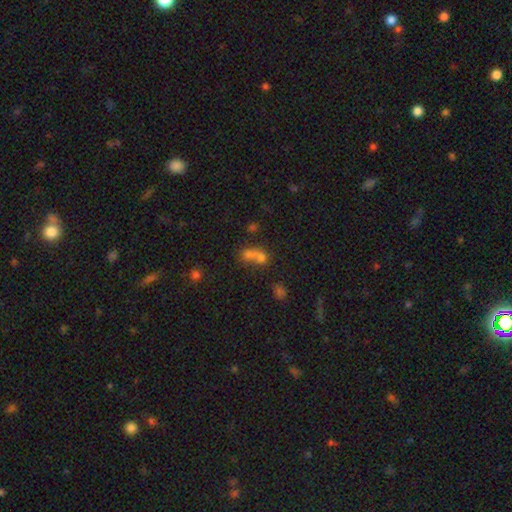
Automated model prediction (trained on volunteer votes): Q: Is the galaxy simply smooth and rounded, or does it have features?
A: smooth — 64%.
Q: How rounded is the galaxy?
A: round — 52%.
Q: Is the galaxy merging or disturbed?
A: merger — 59%.